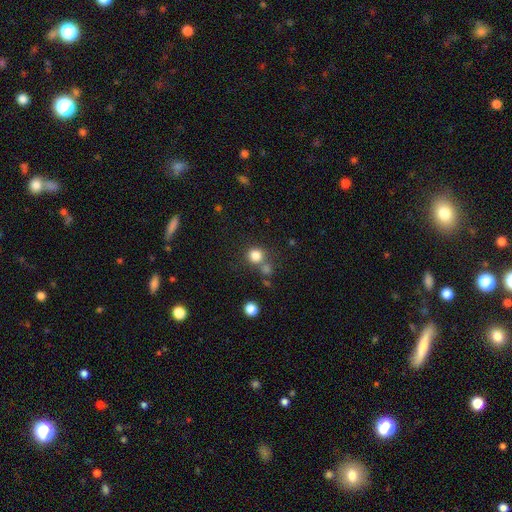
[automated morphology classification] type=smooth (81%); roundness=round (91%); merging=none (66%).